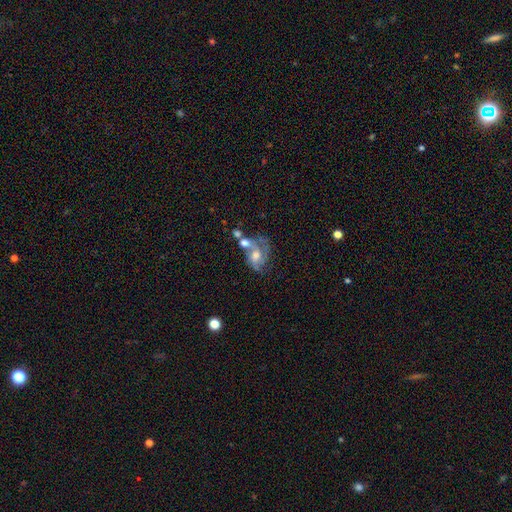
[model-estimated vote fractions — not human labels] This is likely a featured or disk galaxy (63%). It is clearly not viewed edge-on (97%). Bar: likely no (69%). Spiral arm pattern: likely yes (78%). Central bulge: possibly moderate (53%). Merging: marginally merger (43%).